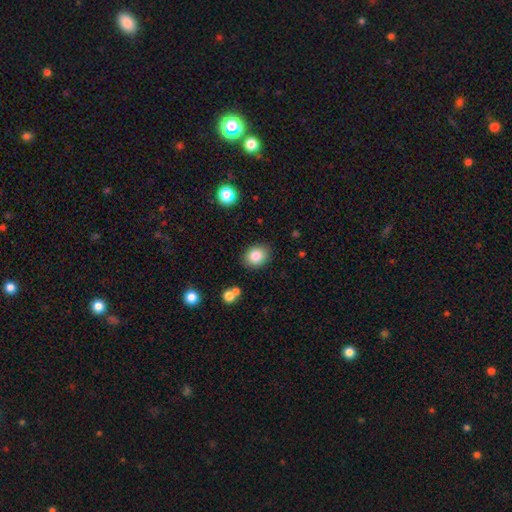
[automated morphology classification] Overall: smooth (84%). How rounded: round (53%; in between 46%). Merging: none (85%).